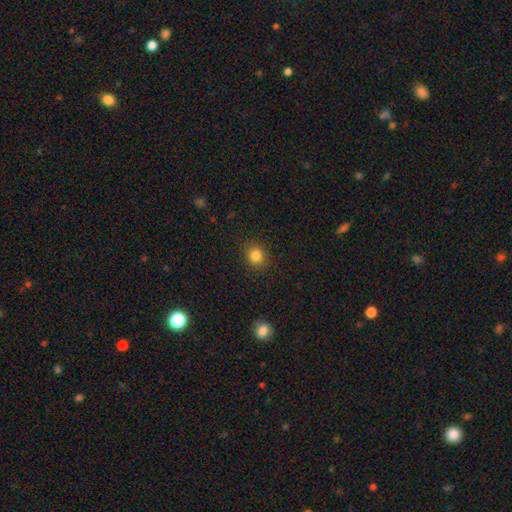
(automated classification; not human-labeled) Overall: smooth (83%). How rounded: round (84%). Merging: none (90%).